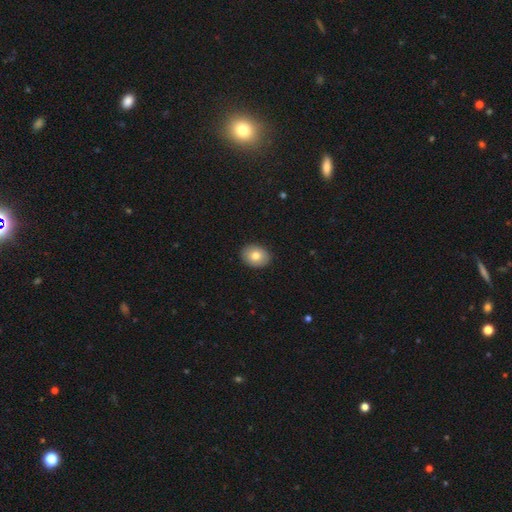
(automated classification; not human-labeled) A smooth galaxy with no disk features (79%) that is in between round and cigar-shaped (63%).

Vote fractions:
- Smooth or featured? smooth: 79% / featured or disk: 13% / star or artifact: 8%
- How rounded? in between: 63% / round: 36% / cigar-shaped: 1%
- Merging? none: 90% / minor disturbance: 7% / major disturbance: 2% / merger: 1%